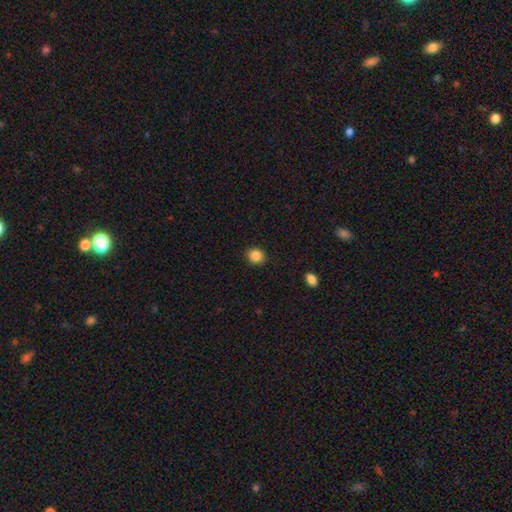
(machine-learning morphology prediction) smooth_or_featured: smooth (p=0.86) [alt: star or artifact p=0.10]
how_rounded: round (p=0.82) [alt: in between p=0.17]
merging: none (p=0.90) [alt: minor disturbance p=0.07]